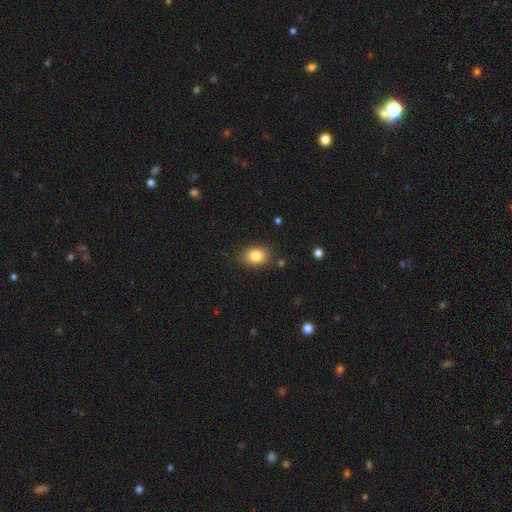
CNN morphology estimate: The model was most divided on "how rounded": in between: 66%, round: 33%, cigar-shaped: 1%. More confident: smooth or featured — smooth (84%); merging — none (83%).